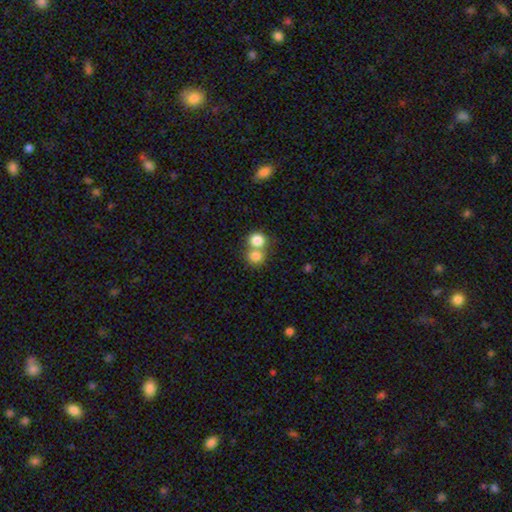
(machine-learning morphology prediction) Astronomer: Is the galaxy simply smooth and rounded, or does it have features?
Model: smooth — 80%.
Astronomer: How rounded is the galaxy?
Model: round — 81%.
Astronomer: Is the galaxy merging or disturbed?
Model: merger — 55% (runner-up: none, 37%).